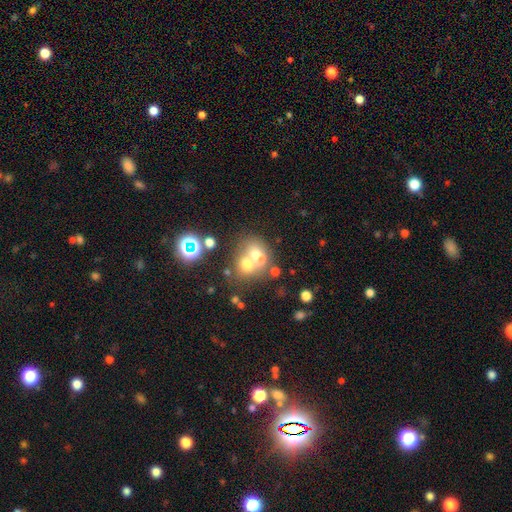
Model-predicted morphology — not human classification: smooth-or-featured: smooth: 57% | featured or disk: 26% | star or artifact: 17%
  how-rounded: round: 53% | in between: 46% | cigar-shaped: 1%
  merging: merger: 60% | none: 27% | minor disturbance: 8% | major disturbance: 5%